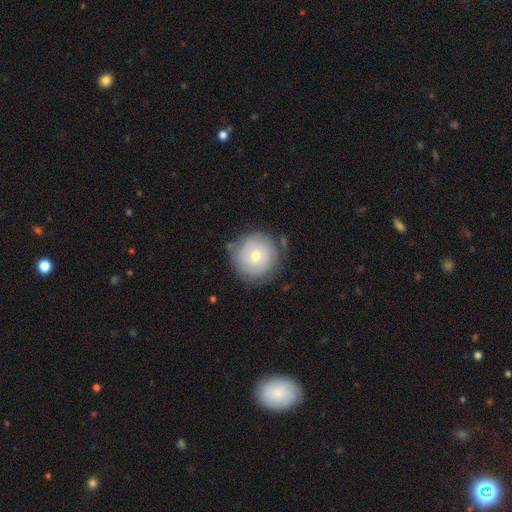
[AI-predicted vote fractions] Overall: smooth (52%; featured or disk 40%). How rounded: round (94%). Merging: none (78%).